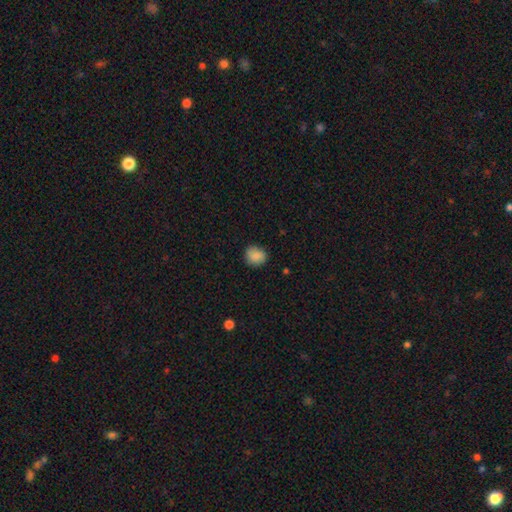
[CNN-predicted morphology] Q: Smooth or featured?
A: smooth (85%); runner-up: star or artifact (8%)
Q: How rounded?
A: round (77%); runner-up: in between (22%)
Q: Merging?
A: none (83%); runner-up: minor disturbance (13%)